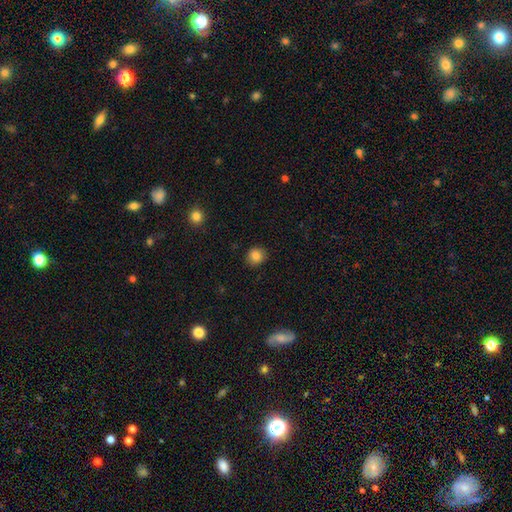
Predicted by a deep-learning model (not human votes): Morphology: type=smooth (85%); roundness=round (85%); merging=none (89%).